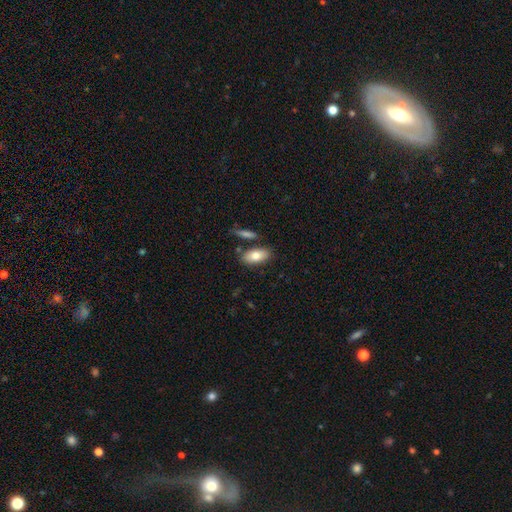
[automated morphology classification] A smooth galaxy with no disk features (79%) that is in between round and cigar-shaped (91%). Merging: none (79%).